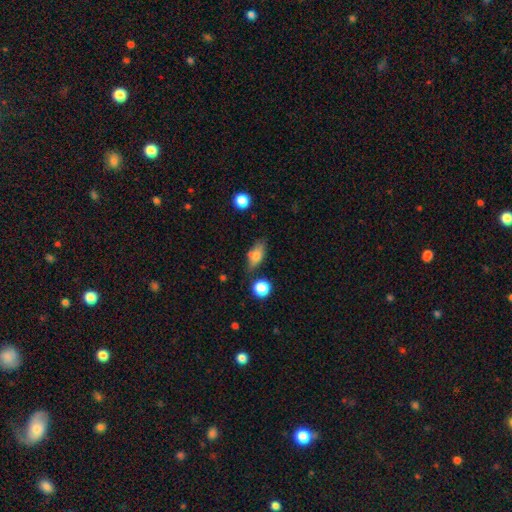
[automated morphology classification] type=smooth (71%); roundness=in between (77%); merging=none (63%).